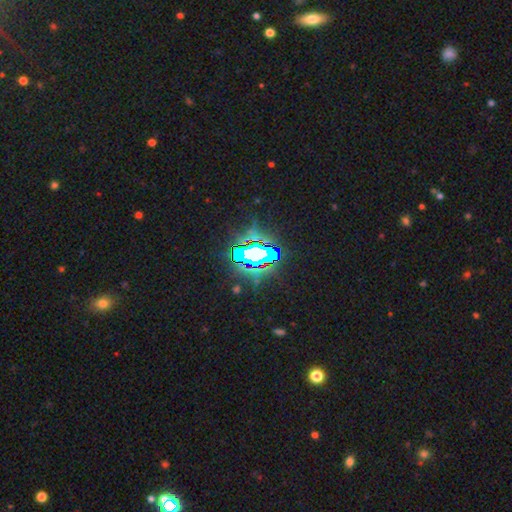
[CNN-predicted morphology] Smooth or featured? Predicted: star or artifact (p=0.74).